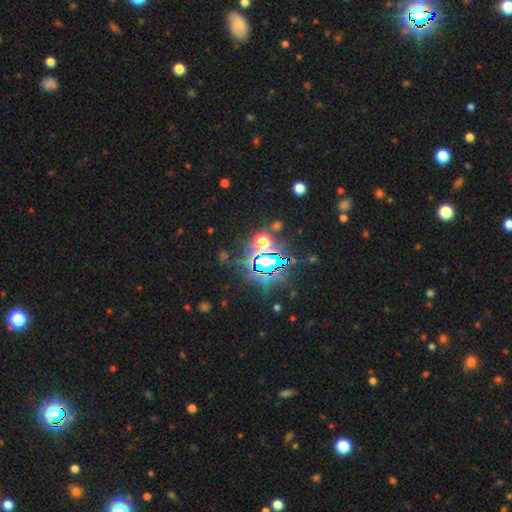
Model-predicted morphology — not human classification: Overall: star or artifact (77%).